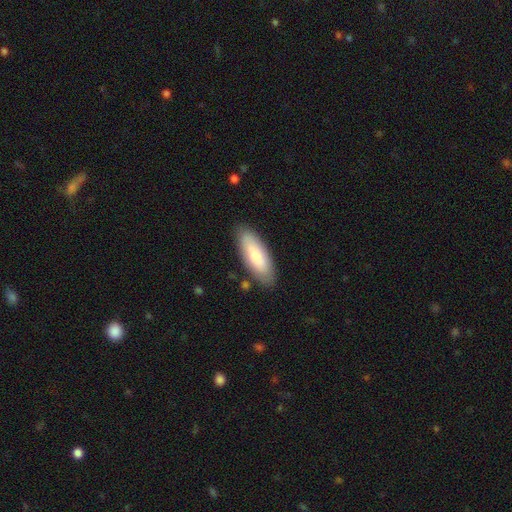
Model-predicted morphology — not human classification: The model was most divided on "how rounded": in between: 68%, cigar-shaped: 31%, round: 2%. More confident: merging — none (84%); smooth or featured — smooth (78%).